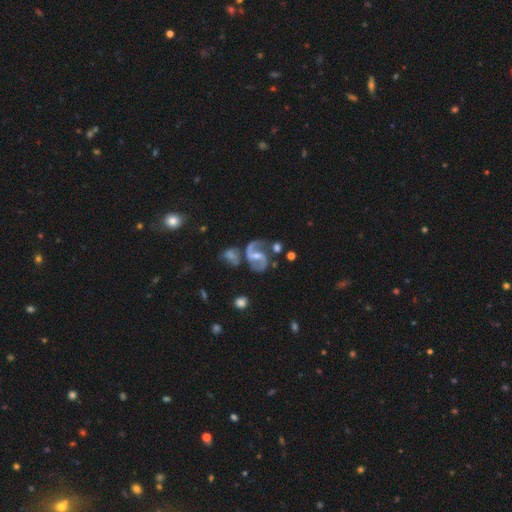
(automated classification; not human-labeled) Smooth or featured: featured or disk — 89% (smooth — 6%)
Edge-on disk: no — 98% (yes — 2%)
Bar: weak — 46% (strong — 33%)
Spiral arms: yes — 96% (no — 4%)
Spiral winding: medium — 48% (loose — 42%)
Spiral arm count: 2 — 91% (1 — 4%)
Bulge size: small — 49% (moderate — 41%)
Merging: none — 56% (minor disturbance — 18%)